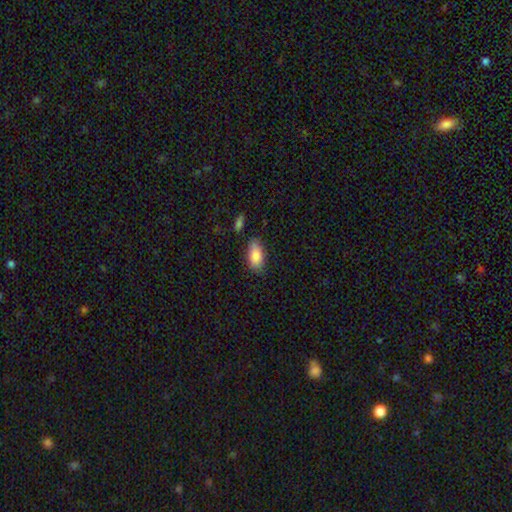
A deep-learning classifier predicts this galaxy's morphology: smooth_or_featured: smooth (p=0.86) [alt: featured or disk p=0.07]
how_rounded: in between (p=0.91) [alt: cigar-shaped p=0.06]
merging: none (p=0.76) [alt: minor disturbance p=0.17]